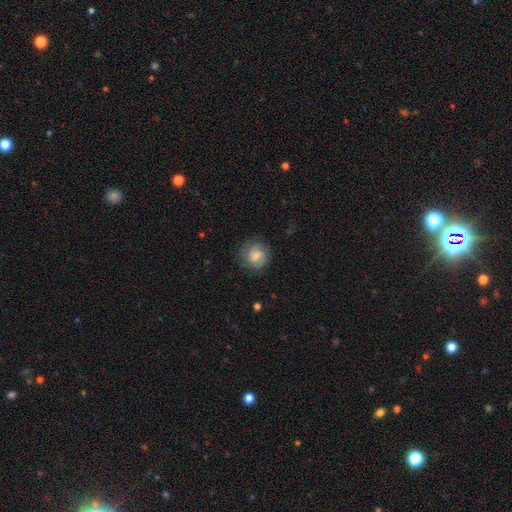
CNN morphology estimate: The model was most divided on "smooth or featured": featured or disk: 47%, smooth: 45%, star or artifact: 8%. More confident: merging — none (77%).